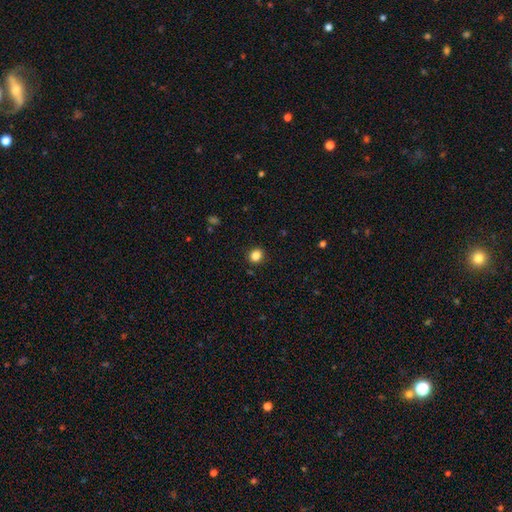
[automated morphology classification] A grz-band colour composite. It shows a smooth galaxy with no disk features (85%) that is round (76%). Merging: none (90%).